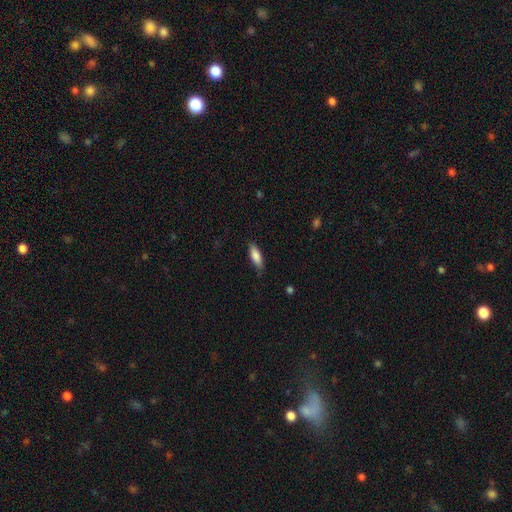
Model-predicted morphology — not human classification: smooth 84%, featured or disk 10%, star or artifact 6%. Down the decision tree: how rounded — in between (65%); merging — none (78%).